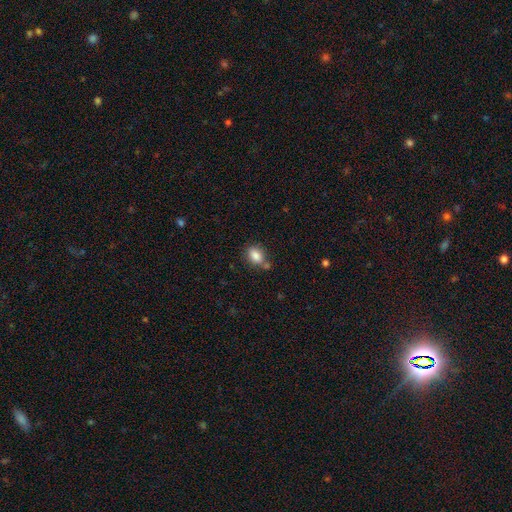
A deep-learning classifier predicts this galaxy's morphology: A smooth galaxy with no disk features (85%) that is in between round and cigar-shaped (71%). Merging: none (62%).